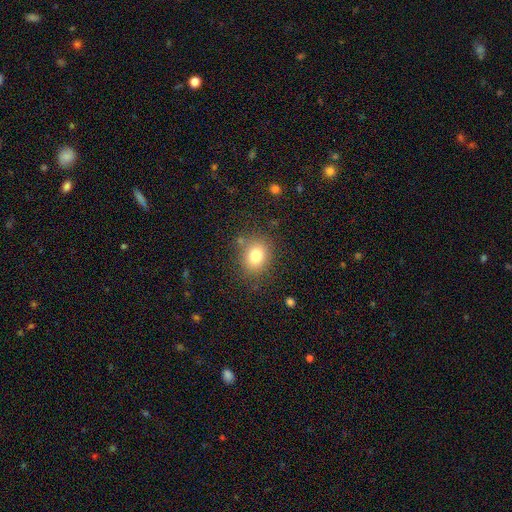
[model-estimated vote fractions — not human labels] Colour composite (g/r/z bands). It shows a smooth galaxy with no disk features (79%) that is round (56%). Merging: none (81%).